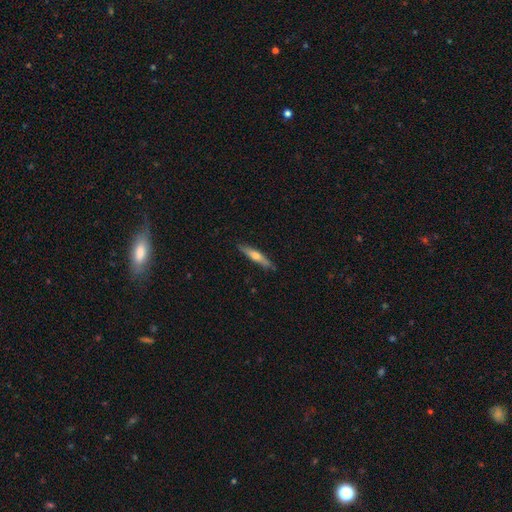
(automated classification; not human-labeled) A smooth galaxy with no disk features (48%).

Vote fractions:
- Smooth or featured? smooth: 48% / featured or disk: 47% / star or artifact: 6%
- Merging? none: 85% / minor disturbance: 12% / major disturbance: 2% / merger: 1%